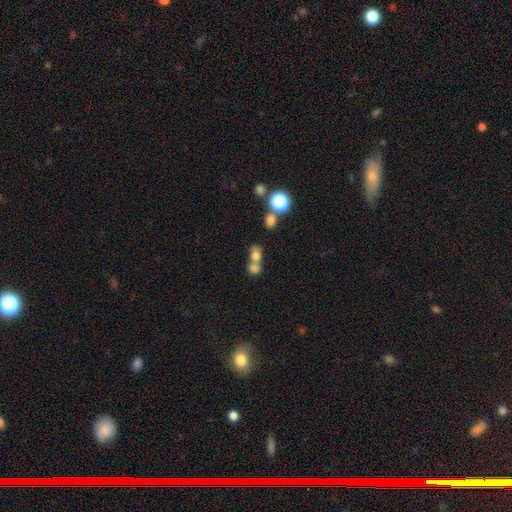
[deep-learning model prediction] This appears to be a smooth galaxy with no disk features (74%) that is in between round and cigar-shaped (52%). Merging: merger (55%).